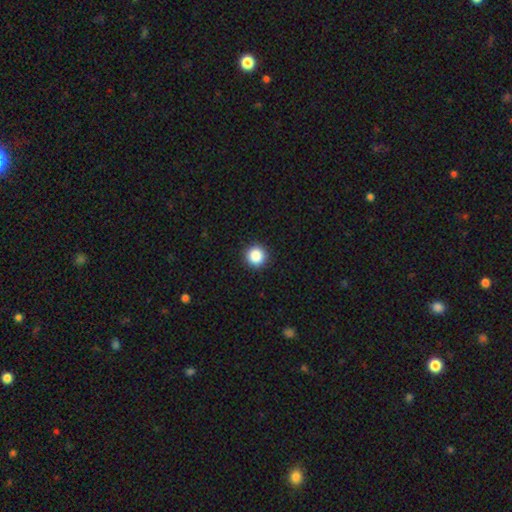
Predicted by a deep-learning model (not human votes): A smooth galaxy with no disk features (87%) that is round (96%).

Vote fractions:
- Smooth or featured? smooth: 87% / star or artifact: 10% / featured or disk: 3%
- How rounded? round: 96% / in between: 3% / cigar-shaped: 1%
- Merging? none: 93% / minor disturbance: 5% / major disturbance: 2% / merger: 1%